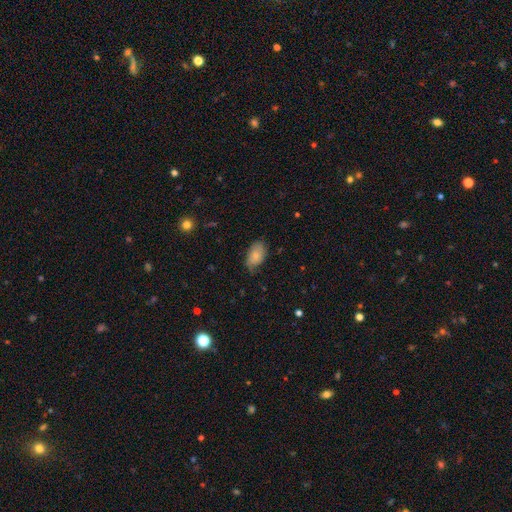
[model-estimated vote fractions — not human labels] Smooth or featured: smooth — 75% (featured or disk — 18%)
How rounded: in between — 92% (round — 6%)
Merging: none — 66% (minor disturbance — 27%)